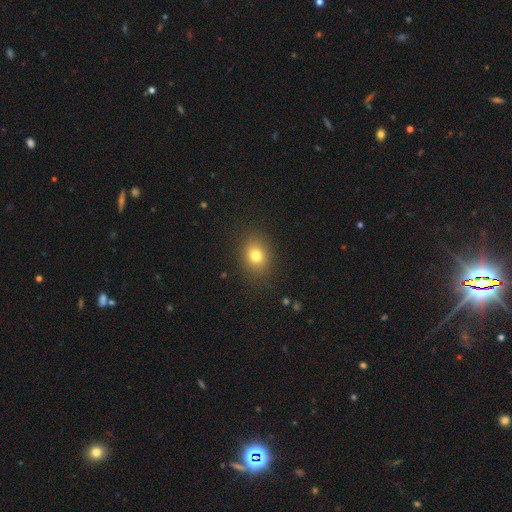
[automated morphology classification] smooth-or-featured: smooth: 78% | star or artifact: 13% | featured or disk: 10%
  how-rounded: round: 51% | in between: 48% | cigar-shaped: 1%
  merging: none: 87% | minor disturbance: 9% | major disturbance: 3% | merger: 1%